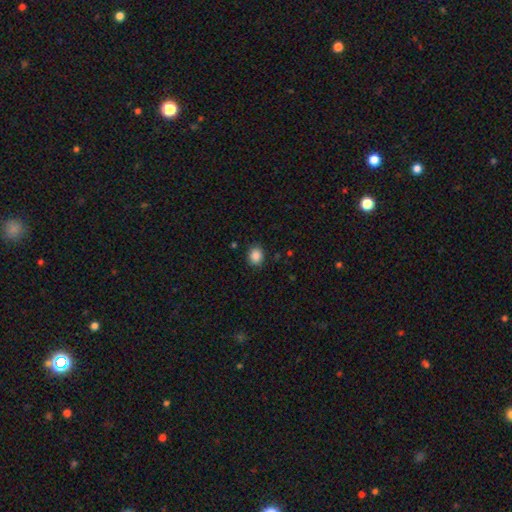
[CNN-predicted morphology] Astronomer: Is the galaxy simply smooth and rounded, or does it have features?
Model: smooth — 87%.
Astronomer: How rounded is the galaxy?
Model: round — 67%.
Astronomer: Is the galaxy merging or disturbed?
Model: none — 87%.